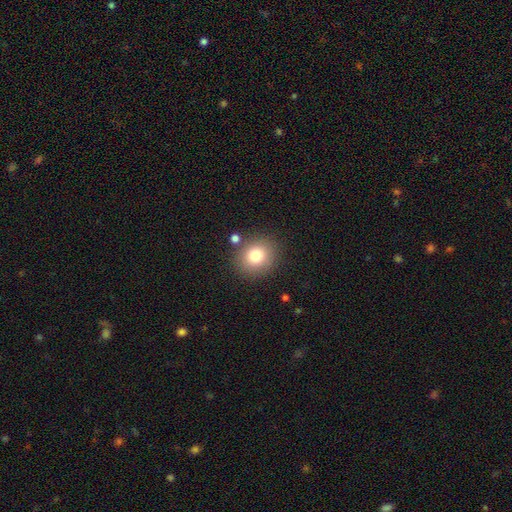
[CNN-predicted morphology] Smooth or featured? Predicted: smooth (p=0.78). How rounded? Predicted: round (p=0.79). Merging? Predicted: none (p=0.83).